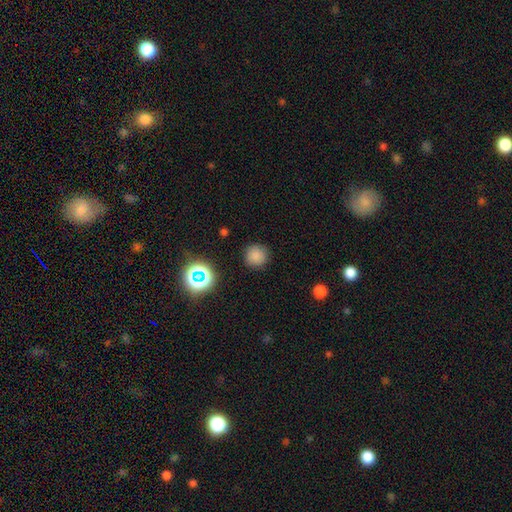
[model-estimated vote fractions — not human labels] This appears to be a smooth galaxy with no disk features (78%) that is round (94%). Merging: none (88%).